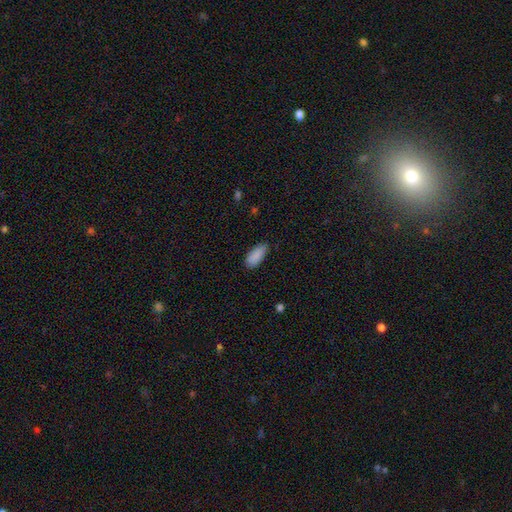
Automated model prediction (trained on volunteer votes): smooth-or-featured: smooth: 89% | star or artifact: 7% | featured or disk: 4%
  how-rounded: in between: 88% | cigar-shaped: 10% | round: 2%
  merging: none: 72% | minor disturbance: 24% | major disturbance: 3% | merger: 1%